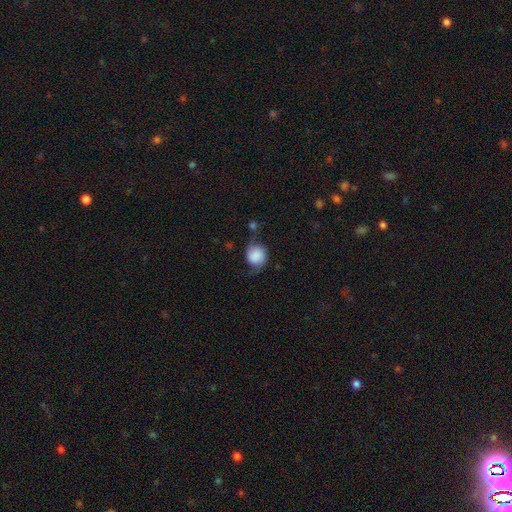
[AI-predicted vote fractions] Morphology: type=smooth (70%); roundness=round (79%); merging=none (50%).